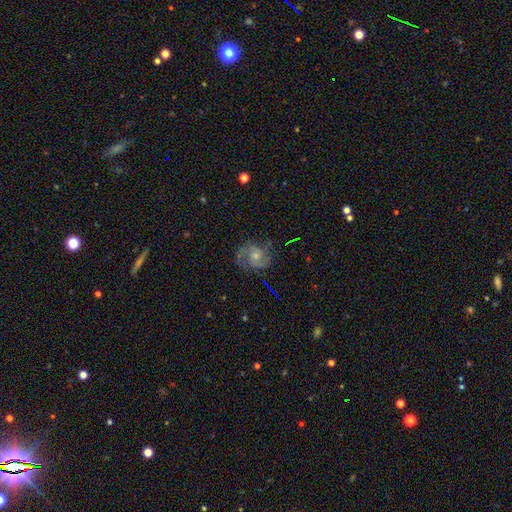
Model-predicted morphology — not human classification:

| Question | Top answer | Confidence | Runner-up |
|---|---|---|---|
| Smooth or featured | featured or disk | 81% | star or artifact (10%) |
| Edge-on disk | no | 98% | yes (2%) |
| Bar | no | 66% | weak (29%) |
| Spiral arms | yes | 96% | no (4%) |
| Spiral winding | medium | 51% | tight (35%) |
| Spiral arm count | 2 | 56% | 3 (20%) |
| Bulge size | small | 51% | moderate (42%) |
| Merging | none | 75% | minor disturbance (16%) |